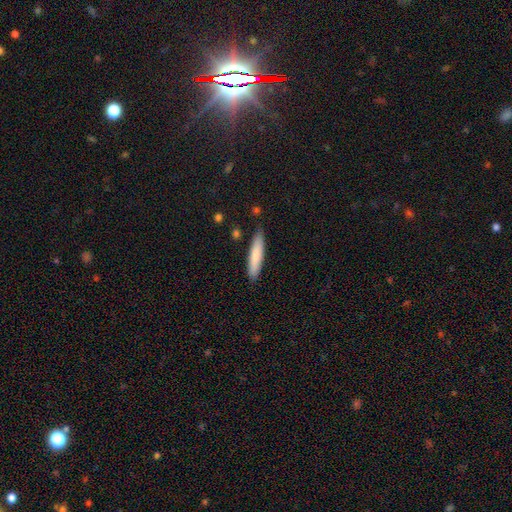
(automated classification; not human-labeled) Smooth or featured? Predicted: smooth (p=0.79). How rounded? Predicted: cigar-shaped (p=0.82). Merging? Predicted: none (p=0.86).